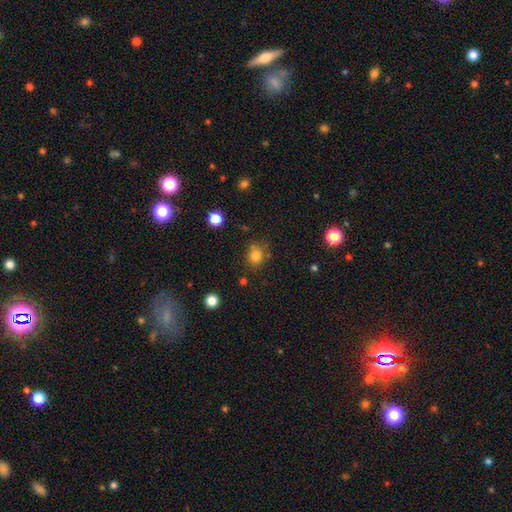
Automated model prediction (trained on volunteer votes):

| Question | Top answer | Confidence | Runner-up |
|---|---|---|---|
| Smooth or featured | smooth | 79% | star or artifact (14%) |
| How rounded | round | 69% | in between (30%) |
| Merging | none | 70% | minor disturbance (18%) |